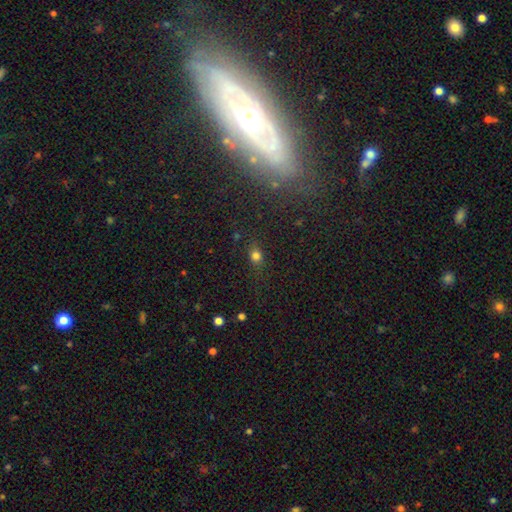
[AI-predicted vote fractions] smooth 74%, star or artifact 18%, featured or disk 8%. Down the decision tree: how rounded — round (51%); merging — none (78%).